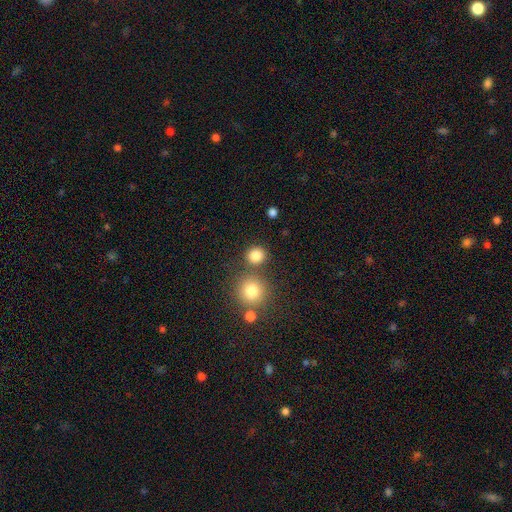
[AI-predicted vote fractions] This is clearly a smooth galaxy (82%). How rounded: clearly round (88%). Merging: likely none (77%).